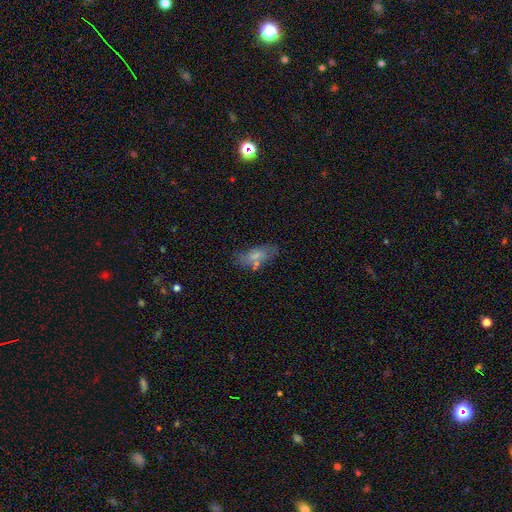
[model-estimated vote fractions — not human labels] The model was most divided on "smooth or featured": smooth: 50%, featured or disk: 32%, star or artifact: 18%. More confident: how rounded — in between (75%); merging — none (63%).